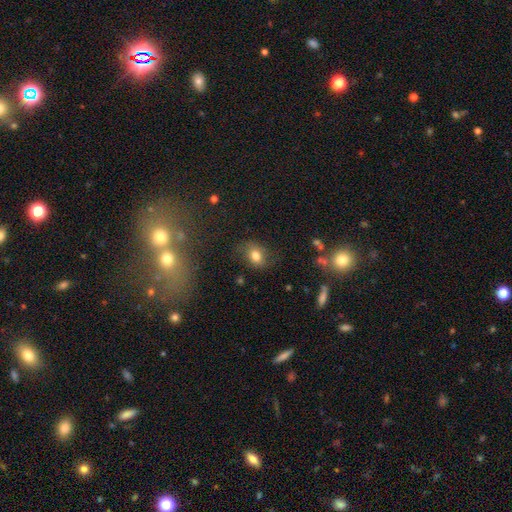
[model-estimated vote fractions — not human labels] A smooth galaxy with no disk features (74%) that is in between round and cigar-shaped (64%).

Vote fractions:
- Smooth or featured? smooth: 74% / featured or disk: 14% / star or artifact: 12%
- How rounded? in between: 64% / round: 34% / cigar-shaped: 1%
- Merging? none: 70% / minor disturbance: 20% / major disturbance: 8% / merger: 2%